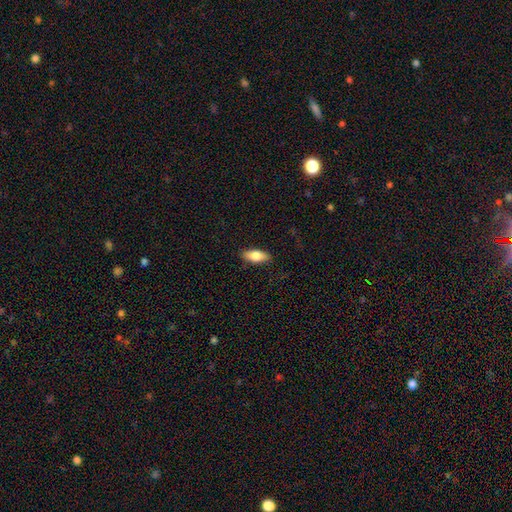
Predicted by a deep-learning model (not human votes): A smooth galaxy with no disk features (76%) that is in between round and cigar-shaped (79%). Merging: none (87%).